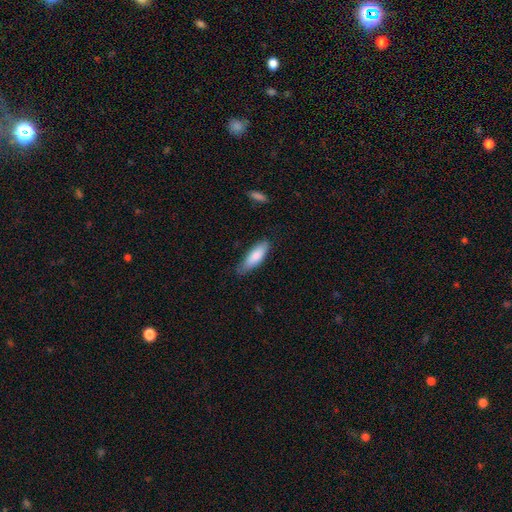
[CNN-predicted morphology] This appears to be a smooth galaxy with no disk features (82%) that is in between round and cigar-shaped (56%). Merging: none (71%).